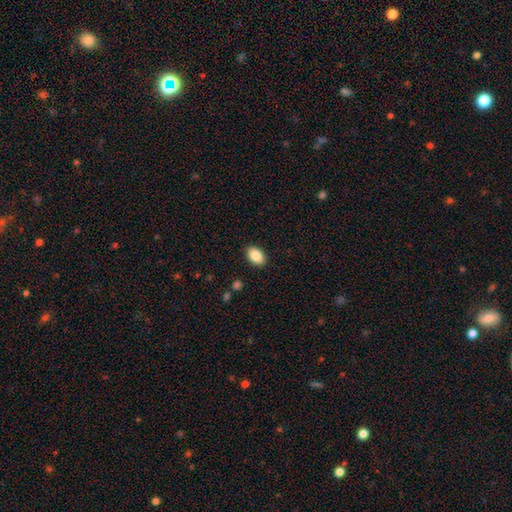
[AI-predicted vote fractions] smooth-or-featured: smooth: 86% | star or artifact: 8% | featured or disk: 6%
  how-rounded: in between: 86% | round: 13% | cigar-shaped: 1%
  merging: none: 88% | minor disturbance: 8% | major disturbance: 2% | merger: 1%